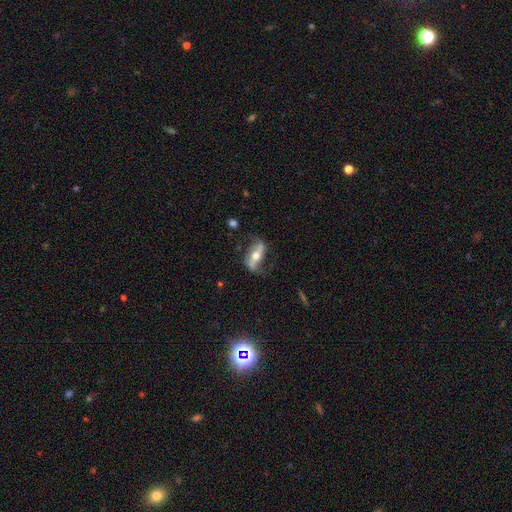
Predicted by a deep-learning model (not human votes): Morphology: type=featured or disk (76%); edge-on=no (87%); bar=strong (43%); spiral arms=yes (87%); winding=loose (74%); arm count=2 (90%); bulge=moderate (69%); merging=none (67%).